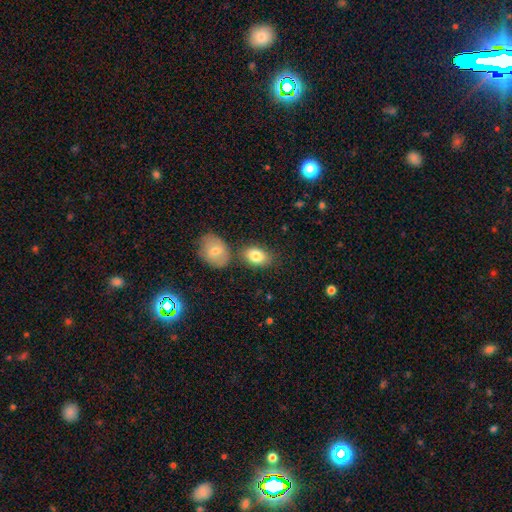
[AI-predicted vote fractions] Smooth or featured?
  - smooth: 81% *
  - featured or disk: 12%
  - star or artifact: 7%
How rounded?
  - in between: 84% *
  - round: 15%
  - cigar-shaped: 1%
Merging?
  - none: 64% *
  - merger: 20%
  - minor disturbance: 13%
  - major disturbance: 4%